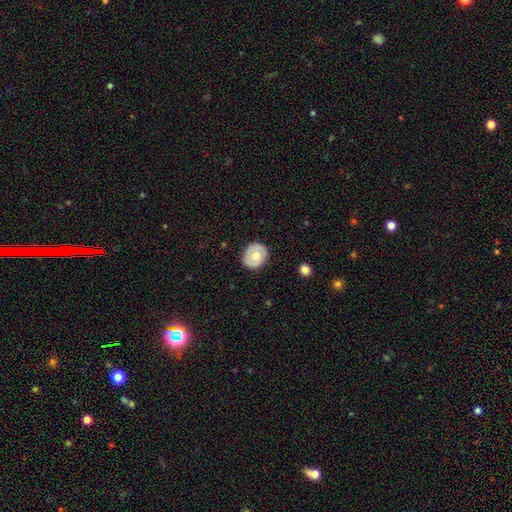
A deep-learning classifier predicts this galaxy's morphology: Q: Smooth or featured?
A: smooth (58%); runner-up: featured or disk (35%)
Q: How rounded?
A: round (63%); runner-up: in between (36%)
Q: Merging?
A: none (84%); runner-up: minor disturbance (12%)